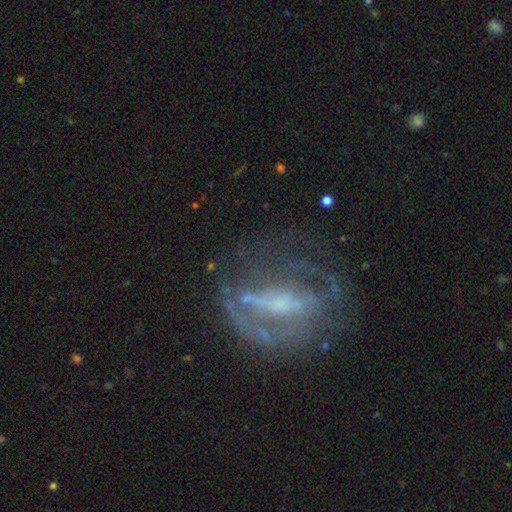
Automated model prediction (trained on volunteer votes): Smooth or featured?
  - featured or disk: 74% *
  - smooth: 14%
  - star or artifact: 12%
Edge-on disk?
  - no: 90% *
  - yes: 10%
Bar?
  - strong: 39% *
  - weak: 34%
  - no: 27%
Spiral arms?
  - yes: 59% *
  - no: 41%
Bulge size?
  - small: 45% *
  - moderate: 28%
  - none: 20%
  - large: 5%
  - dominant: 1%
Merging?
  - none: 58% *
  - major disturbance: 22%
  - minor disturbance: 18%
  - merger: 3%